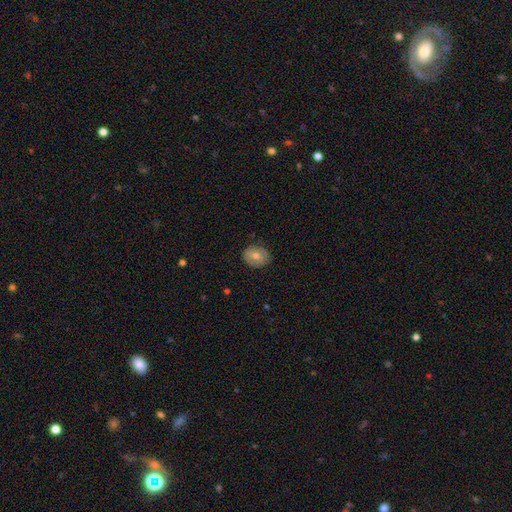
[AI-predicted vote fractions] smooth 59%, featured or disk 32%, star or artifact 9%. Down the decision tree: how rounded — round (53%); merging — none (83%).